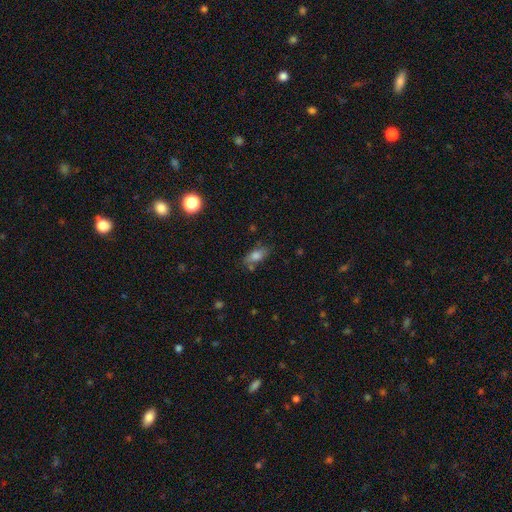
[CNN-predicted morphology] Smooth or featured: smooth — 74% (featured or disk — 15%)
How rounded: in between — 81% (cigar-shaped — 14%)
Merging: none — 70% (minor disturbance — 18%)